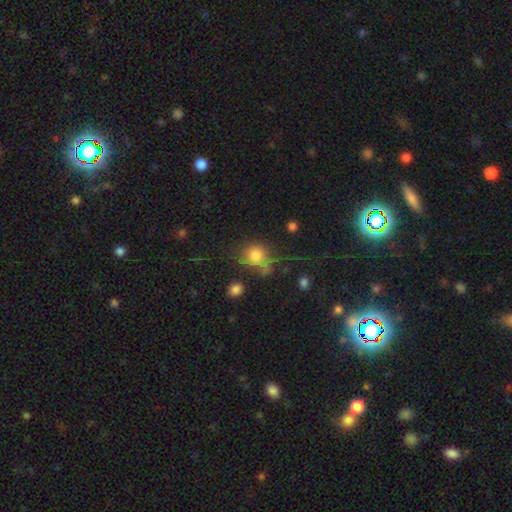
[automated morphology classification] Smooth or featured: smooth — 77% (star or artifact — 12%)
How rounded: round — 73% (in between — 25%)
Merging: none — 47% (minor disturbance — 23%)